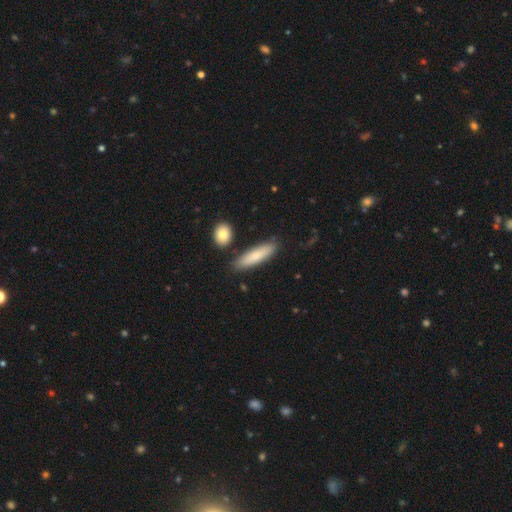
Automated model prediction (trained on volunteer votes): Morphology: type=smooth (77%); roundness=cigar-shaped (69%); merging=none (82%).